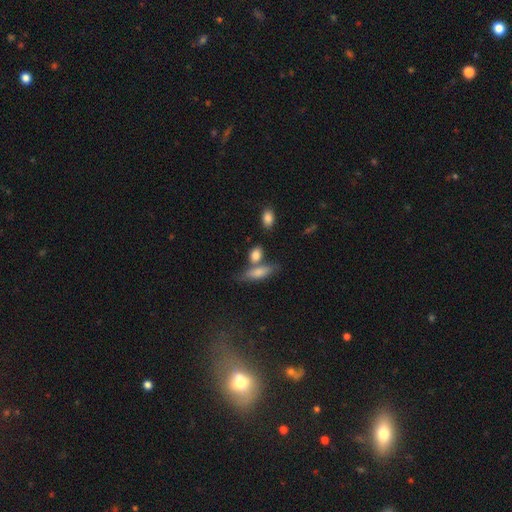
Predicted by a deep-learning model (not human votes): Q: Smooth or featured?
A: smooth (79%); runner-up: featured or disk (14%)
Q: How rounded?
A: in between (61%); runner-up: cigar-shaped (24%)
Q: Merging?
A: none (56%); runner-up: merger (26%)